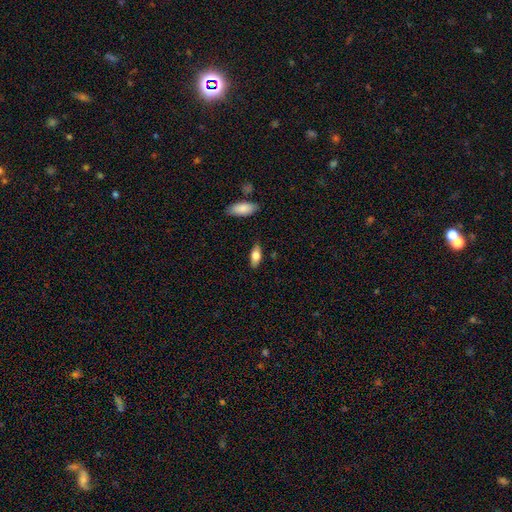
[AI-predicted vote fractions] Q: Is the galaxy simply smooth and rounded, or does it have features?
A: smooth — 71%.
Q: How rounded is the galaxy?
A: in between — 79%.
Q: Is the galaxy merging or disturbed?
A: none — 85%.